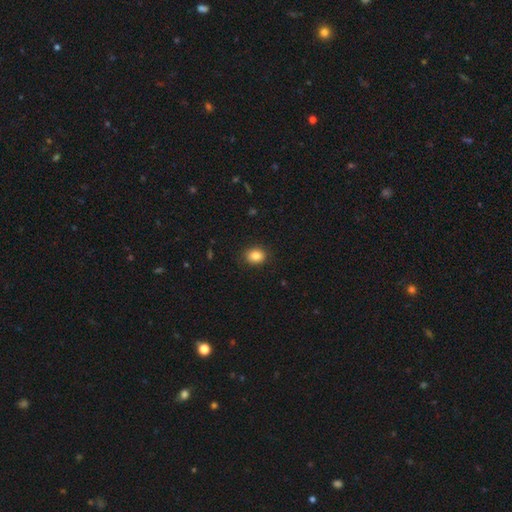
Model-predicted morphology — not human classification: Smooth or featured? smooth (85%)
How rounded? round (57%)
Merging? none (88%)